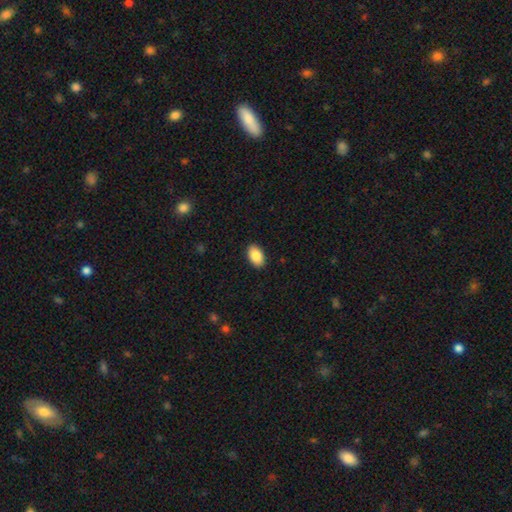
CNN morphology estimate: This is clearly a smooth galaxy (86%). How rounded: clearly in between (93%). Merging: clearly none (90%).